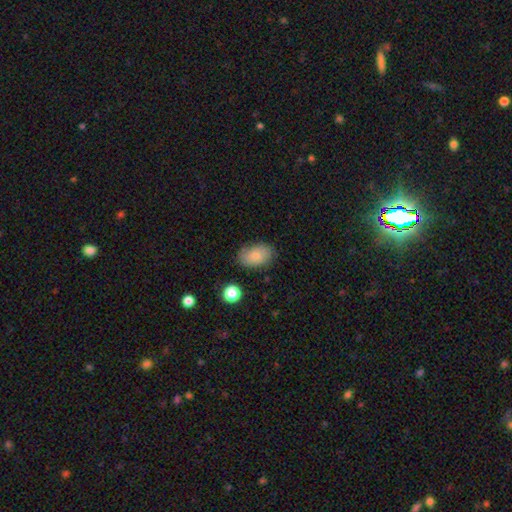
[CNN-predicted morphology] A smooth galaxy with no disk features (79%) that is in between round and cigar-shaped (89%). Merging: none (80%).